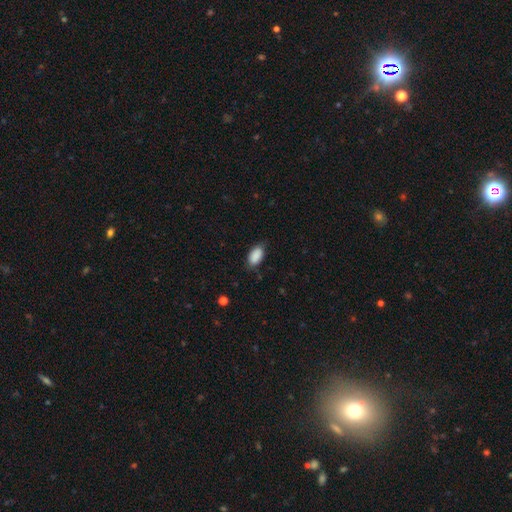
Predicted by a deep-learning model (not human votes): smooth 89%, star or artifact 7%, featured or disk 4%. Down the decision tree: how rounded — in between (94%); merging — none (76%).